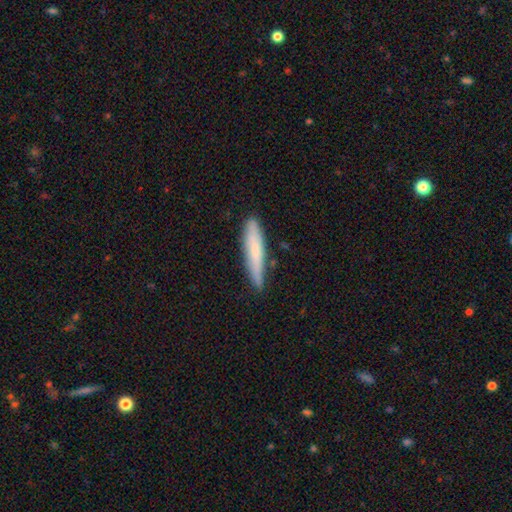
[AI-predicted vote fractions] Overall: smooth (65%; featured or disk 28%). How rounded: cigar-shaped (90%). Merging: none (82%).